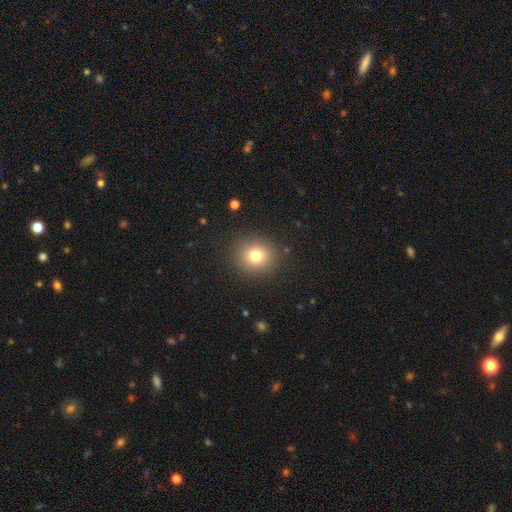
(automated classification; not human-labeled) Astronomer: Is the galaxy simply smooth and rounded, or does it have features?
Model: smooth — 77%.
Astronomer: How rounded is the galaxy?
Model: round — 86%.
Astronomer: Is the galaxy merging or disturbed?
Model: none — 88%.